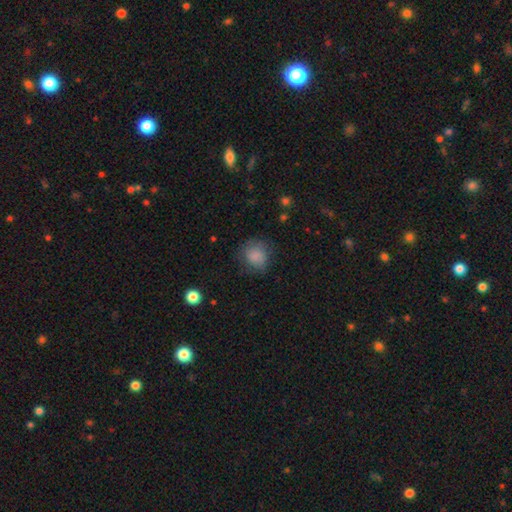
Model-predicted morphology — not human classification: Smooth or featured?
  - smooth: 84% *
  - star or artifact: 9%
  - featured or disk: 7%
How rounded?
  - round: 82% *
  - in between: 17%
  - cigar-shaped: 1%
Merging?
  - none: 72% *
  - minor disturbance: 19%
  - major disturbance: 8%
  - merger: 1%